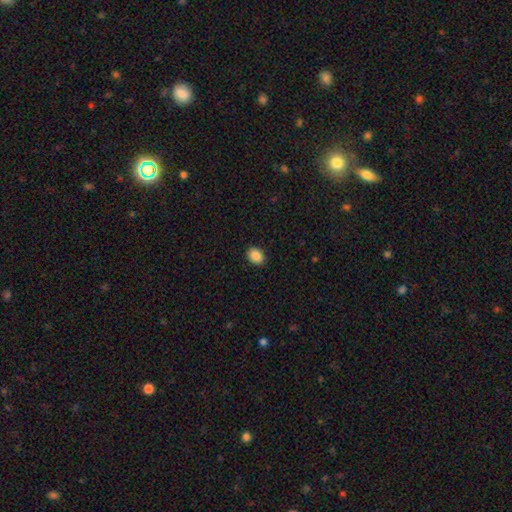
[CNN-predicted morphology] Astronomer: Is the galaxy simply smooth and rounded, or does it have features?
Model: smooth — 88%.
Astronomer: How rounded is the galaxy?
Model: in between — 69%.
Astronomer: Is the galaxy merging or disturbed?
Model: none — 90%.